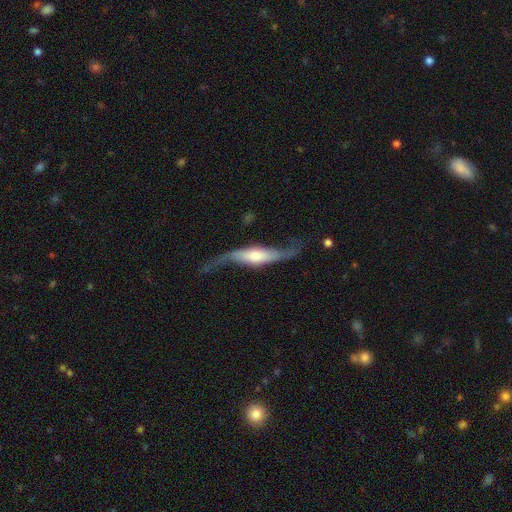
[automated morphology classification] Smooth or featured: featured or disk — 76% (smooth — 19%)
Edge-on disk: no — 63% (yes — 37%)
Merging: none — 55% (minor disturbance — 21%)